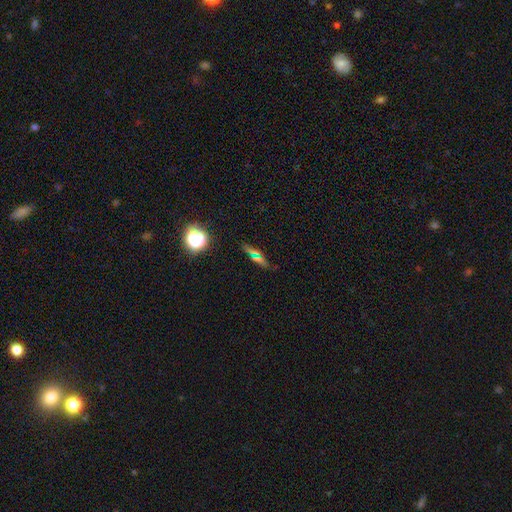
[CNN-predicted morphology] Smooth or featured? Predicted: smooth (p=0.51). How rounded? Predicted: cigar-shaped (p=0.64). Merging? Predicted: none (p=0.84).